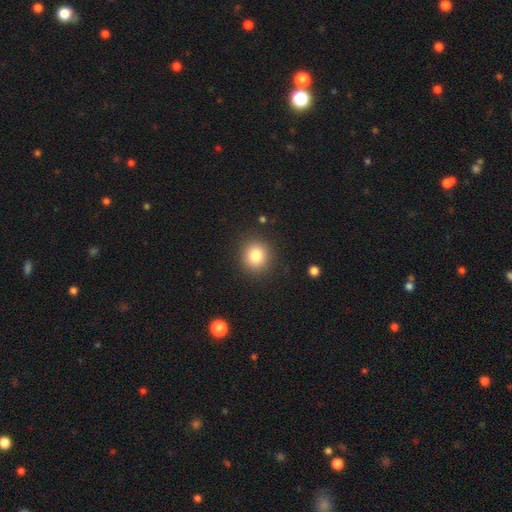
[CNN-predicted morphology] The model was most divided on "smooth or featured": smooth: 82%, star or artifact: 11%, featured or disk: 7%. More confident: merging — none (89%); how rounded — round (87%).